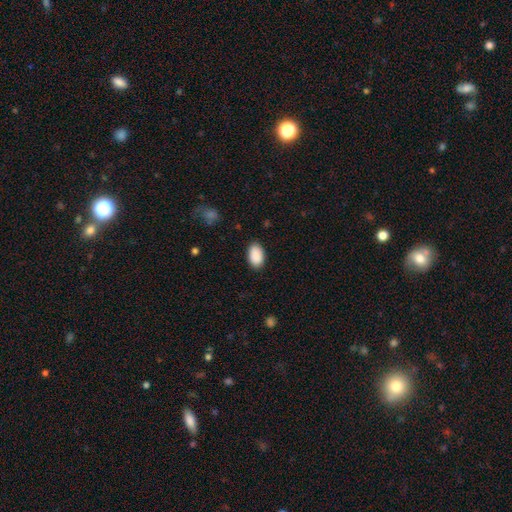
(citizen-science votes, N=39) Q: Smooth or featured?
A: smooth (95%); runner-up: star or artifact (5%)
Q: How rounded?
A: in between (97%); runner-up: round (3%)
Q: Merging?
A: none (81%); runner-up: minor disturbance (14%)